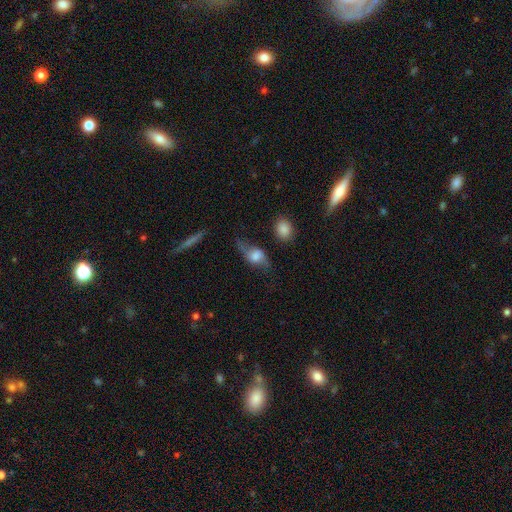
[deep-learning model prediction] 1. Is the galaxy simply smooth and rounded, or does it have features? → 50% featured or disk, 40% smooth, 9% star or artifact.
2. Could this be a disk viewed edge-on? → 70% no, 30% yes.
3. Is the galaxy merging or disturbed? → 54% none, 25% minor disturbance, 17% major disturbance, 4% merger.